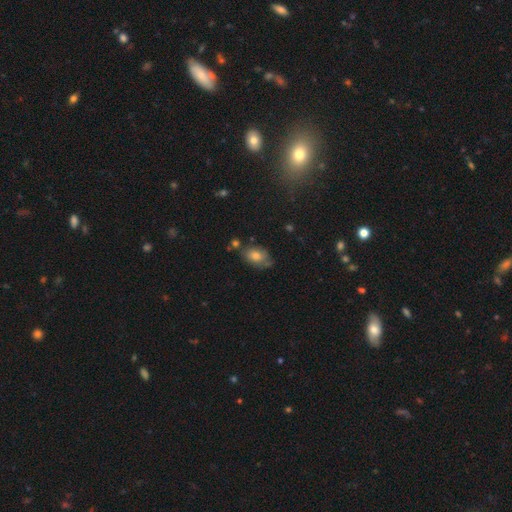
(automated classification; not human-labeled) The model was most divided on "merging": none: 63%, minor disturbance: 24%, merger: 7%, major disturbance: 6%. More confident: how rounded — in between (83%); smooth or featured — smooth (73%).